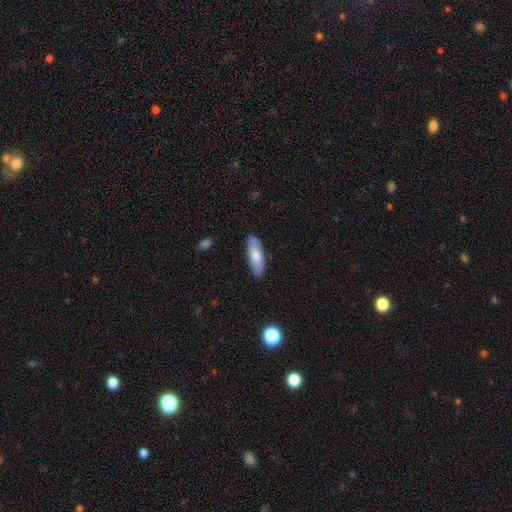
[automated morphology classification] Overall: smooth (73%). How rounded: in between (66%; cigar-shaped 32%). Merging: none (84%).